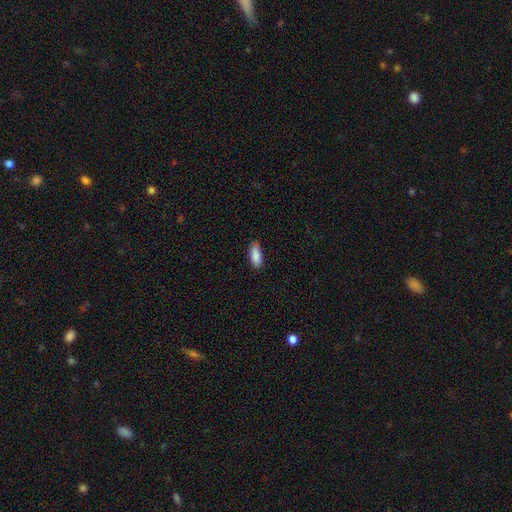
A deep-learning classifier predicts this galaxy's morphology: A smooth galaxy with no disk features (88%) that is in between round and cigar-shaped (79%). Merging: none (80%).